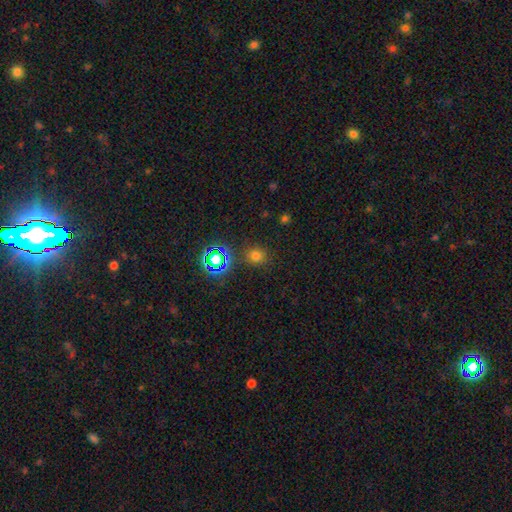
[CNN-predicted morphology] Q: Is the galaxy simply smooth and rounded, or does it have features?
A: smooth — 67%.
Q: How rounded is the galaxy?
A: round — 82%.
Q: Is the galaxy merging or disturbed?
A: none — 84%.